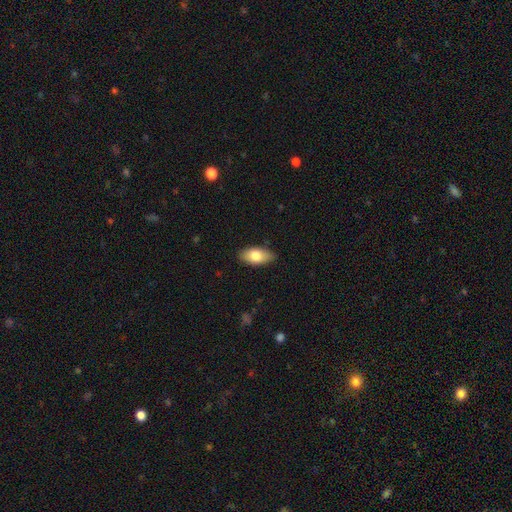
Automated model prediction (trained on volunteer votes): Smooth or featured: smooth — 79% (featured or disk — 15%)
How rounded: in between — 91% (cigar-shaped — 5%)
Merging: none — 84% (minor disturbance — 13%)